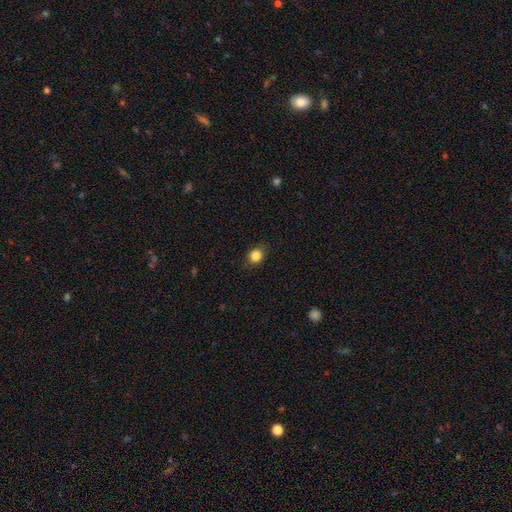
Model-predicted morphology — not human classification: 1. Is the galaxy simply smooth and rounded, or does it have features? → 84% smooth, 11% star or artifact, 5% featured or disk.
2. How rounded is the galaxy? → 75% round, 24% in between, 1% cigar-shaped.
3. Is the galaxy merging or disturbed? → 85% none, 11% minor disturbance, 3% major disturbance, 1% merger.